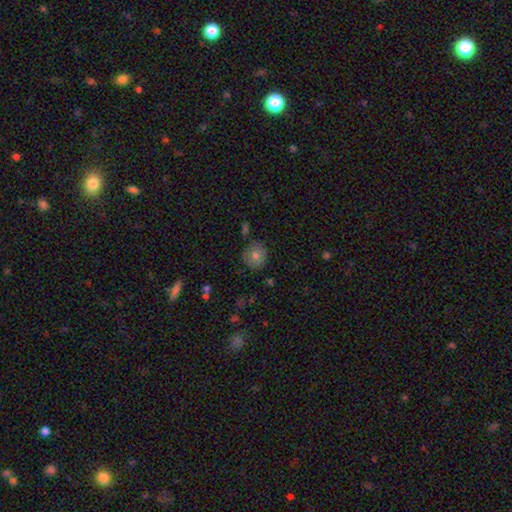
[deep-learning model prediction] Overall: smooth (71%). How rounded: round (88%). Merging: none (82%).